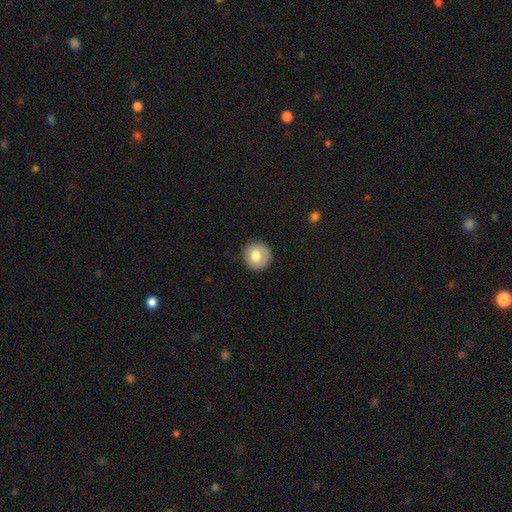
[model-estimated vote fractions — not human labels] Q: Smooth or featured?
A: smooth (77%); runner-up: featured or disk (15%)
Q: How rounded?
A: round (93%); runner-up: in between (6%)
Q: Merging?
A: none (88%); runner-up: minor disturbance (9%)